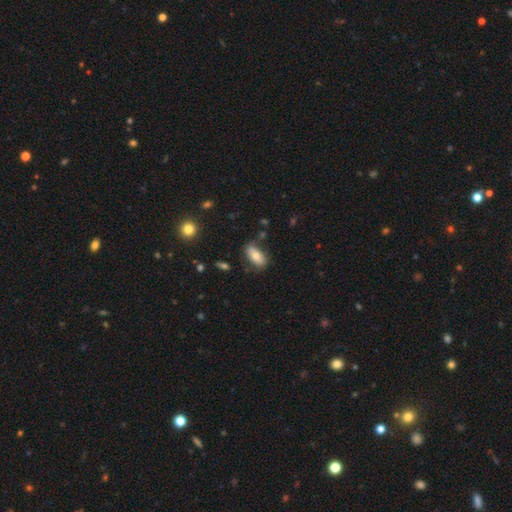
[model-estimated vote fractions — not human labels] Smooth or featured? Predicted: smooth (p=0.74). How rounded? Predicted: in between (p=0.88). Merging? Predicted: none (p=0.72).